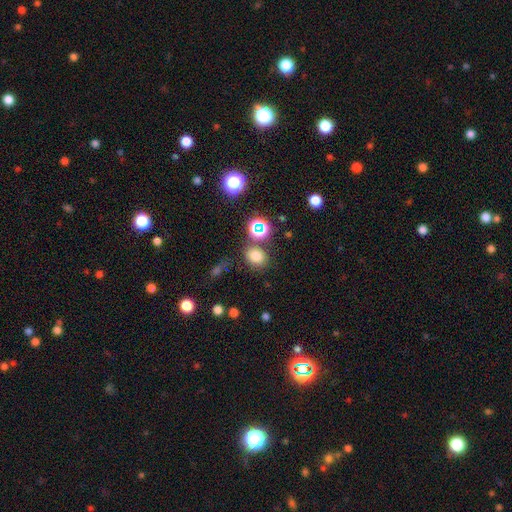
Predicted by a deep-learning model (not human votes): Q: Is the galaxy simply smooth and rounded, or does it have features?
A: smooth — 73%.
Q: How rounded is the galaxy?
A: round — 57%.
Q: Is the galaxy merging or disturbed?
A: none — 73%.